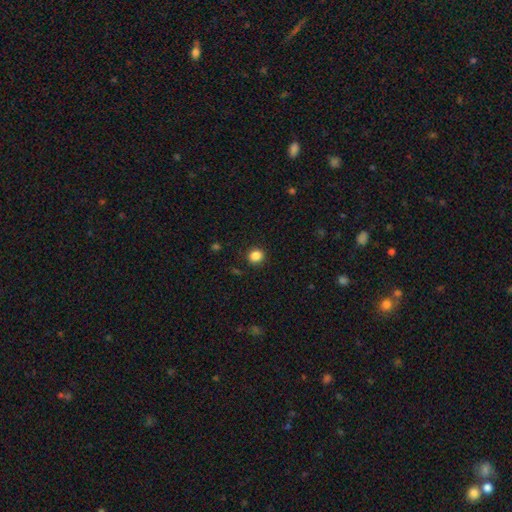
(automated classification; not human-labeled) Overall: smooth (86%). How rounded: round (85%). Merging: none (90%).